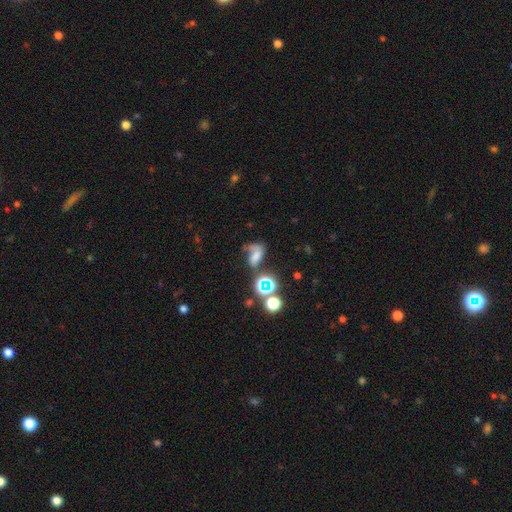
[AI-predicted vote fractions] This appears to be a smooth galaxy with no disk features (46%). Merging: none (30%).